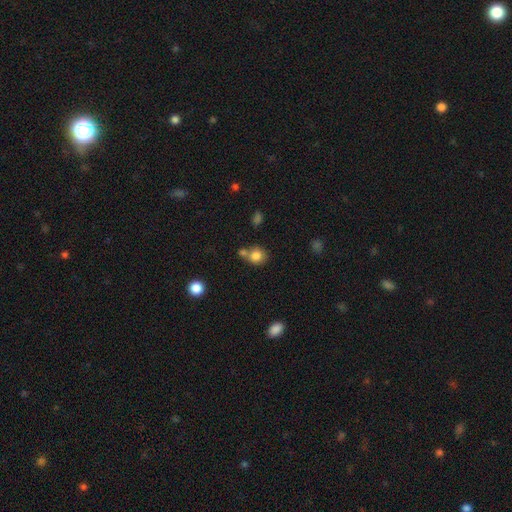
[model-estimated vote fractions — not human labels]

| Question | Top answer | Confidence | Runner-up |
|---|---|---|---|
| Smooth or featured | smooth | 82% | star or artifact (10%) |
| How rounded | round | 83% | in between (16%) |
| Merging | none | 56% | merger (29%) |